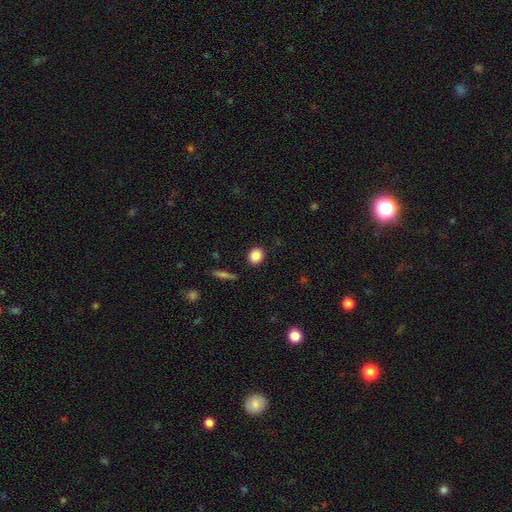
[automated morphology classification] Smooth or featured? Predicted: smooth (p=0.87). How rounded? Predicted: round (p=0.63). Merging? Predicted: none (p=0.89).